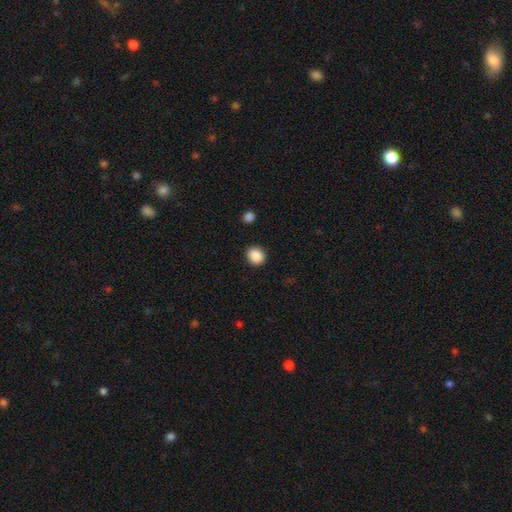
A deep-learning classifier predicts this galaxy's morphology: Smooth or featured: smooth — 89% (star or artifact — 9%)
How rounded: round — 76% (in between — 23%)
Merging: none — 90% (minor disturbance — 6%)